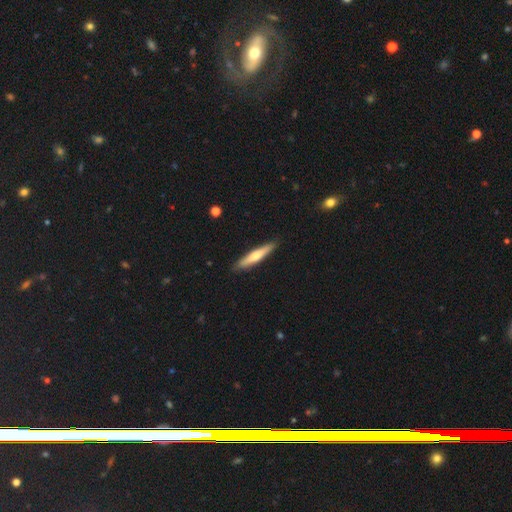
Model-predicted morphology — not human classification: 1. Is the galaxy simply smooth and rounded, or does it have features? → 52% smooth, 43% featured or disk, 5% star or artifact.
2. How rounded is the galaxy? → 90% cigar-shaped, 9% in between, 1% round.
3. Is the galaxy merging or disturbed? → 90% none, 7% minor disturbance, 1% major disturbance, 1% merger.